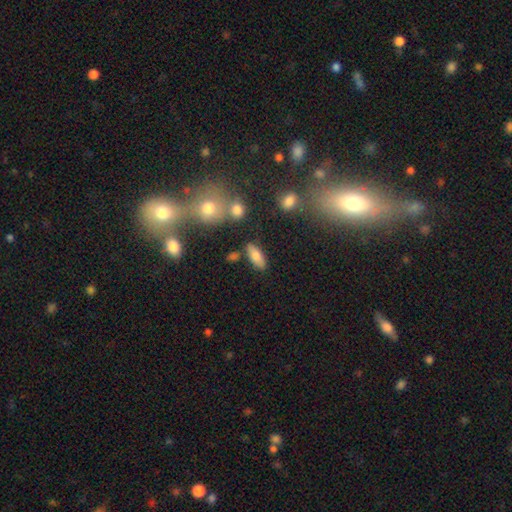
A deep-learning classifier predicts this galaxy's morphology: smooth-or-featured: smooth: 78% | featured or disk: 14% | star or artifact: 9%
  how-rounded: in between: 78% | cigar-shaped: 19% | round: 3%
  merging: none: 79% | minor disturbance: 12% | merger: 6% | major disturbance: 4%